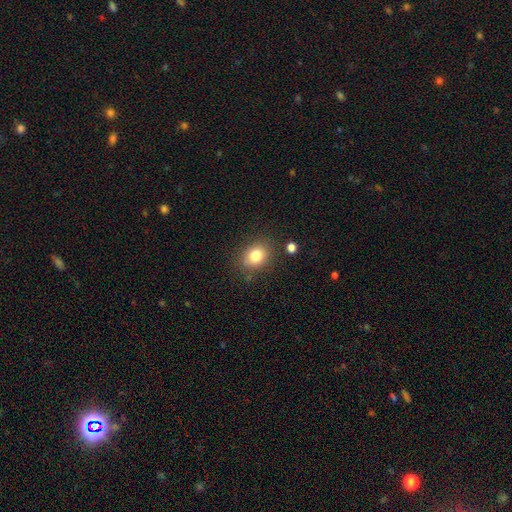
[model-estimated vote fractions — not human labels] Q: Smooth or featured?
A: smooth (81%); runner-up: star or artifact (11%)
Q: How rounded?
A: round (54%); runner-up: in between (45%)
Q: Merging?
A: none (80%); runner-up: minor disturbance (13%)